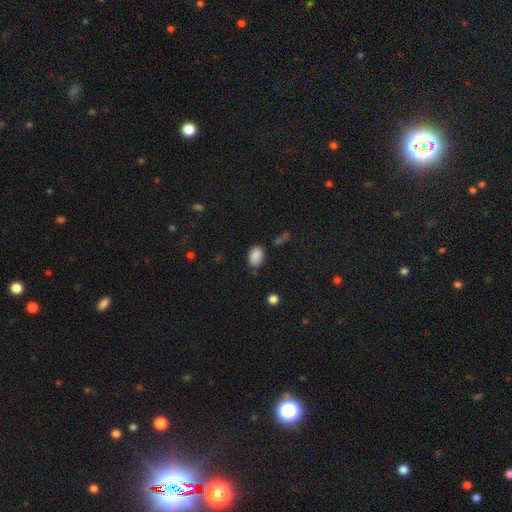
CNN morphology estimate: smooth 87%, star or artifact 9%, featured or disk 4%. Down the decision tree: how rounded — in between (82%); merging — none (77%).